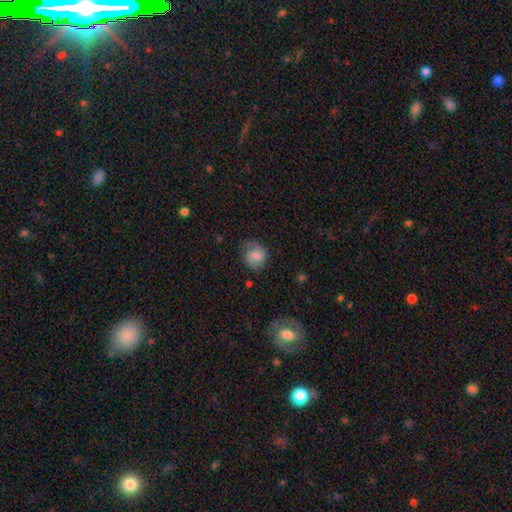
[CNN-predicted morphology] Overall: smooth (56%; featured or disk 35%). How rounded: round (68%; in between 31%). Merging: none (62%; minor disturbance 25%).